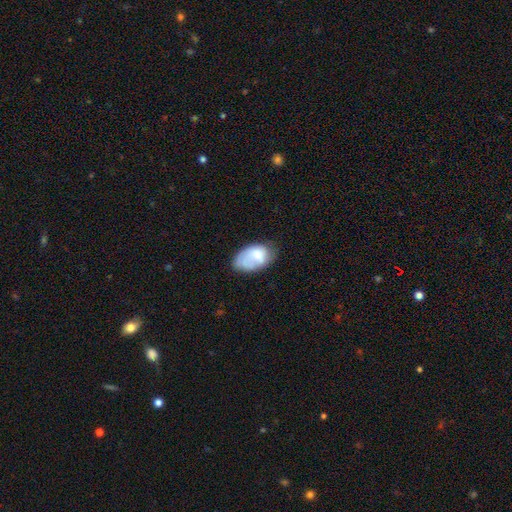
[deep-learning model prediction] Overall: smooth (65%; featured or disk 28%). How rounded: in between (90%). Merging: none (47%; minor disturbance 34%).